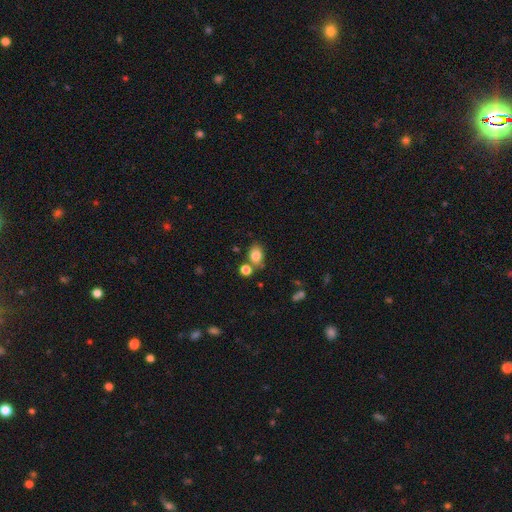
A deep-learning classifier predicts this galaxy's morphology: Overall: smooth (82%). How rounded: in between (63%; round 35%). Merging: none (66%).